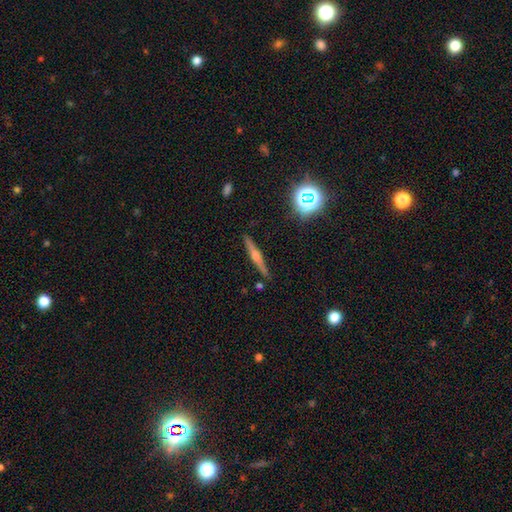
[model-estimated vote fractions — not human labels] The model was most divided on "smooth or featured": featured or disk: 66%, smooth: 23%, star or artifact: 11%. More confident: edge-on disk — yes (97%); merging — none (90%); edge-on bulge — rounded (80%).